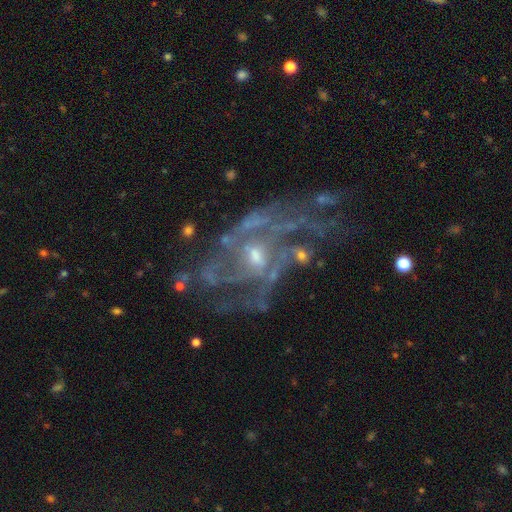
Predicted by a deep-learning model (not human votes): smooth_or_featured: featured or disk (p=0.85) [alt: star or artifact p=0.09]
disk_edge_on: no (p=0.97) [alt: yes p=0.03]
bar: no (p=0.51) [alt: weak p=0.39]
has_spiral_arms: yes (p=0.85) [alt: no p=0.15]
spiral_winding: medium (p=0.44) [alt: tight p=0.30]
spiral_arm_count: can't tell (p=0.32) [alt: 2 p=0.22]
bulge_size: small (p=0.50) [alt: moderate p=0.41]
merging: none (p=0.46) [alt: major disturbance p=0.28]